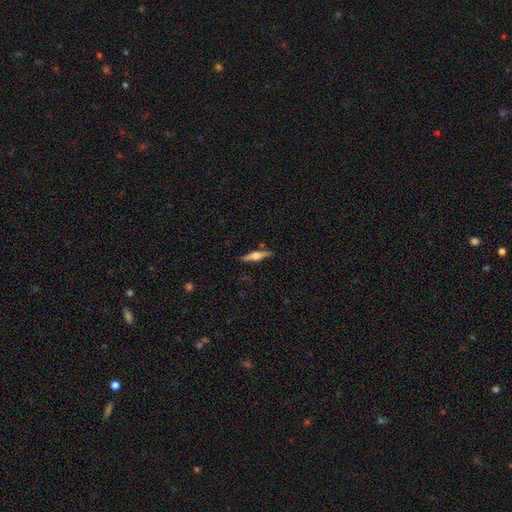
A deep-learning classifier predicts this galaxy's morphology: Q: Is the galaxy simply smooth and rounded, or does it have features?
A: featured or disk — 71%.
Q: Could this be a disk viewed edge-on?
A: yes — 98%.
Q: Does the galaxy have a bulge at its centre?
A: rounded — 92%.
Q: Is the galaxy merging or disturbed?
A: none — 89%.